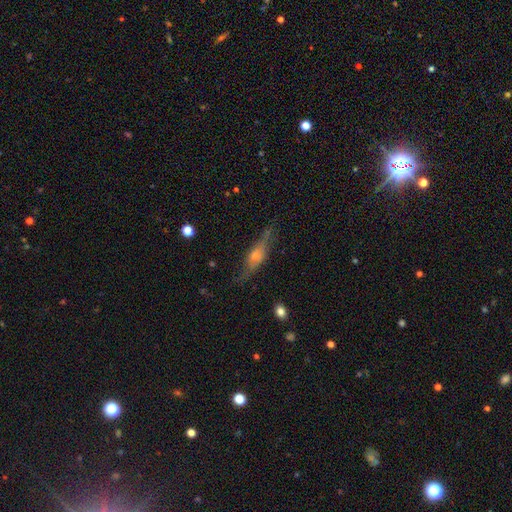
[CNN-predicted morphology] Smooth or featured?
  - featured or disk: 68% *
  - smooth: 24%
  - star or artifact: 8%
Edge-on disk?
  - yes: 83% *
  - no: 17%
Edge-on bulge?
  - rounded: 87% *
  - boxy: 7%
  - none: 5%
Merging?
  - none: 70% *
  - minor disturbance: 20%
  - major disturbance: 8%
  - merger: 2%